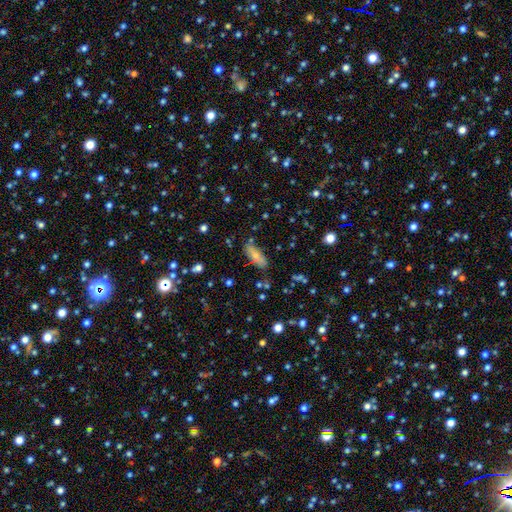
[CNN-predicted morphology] This appears to be a smooth galaxy with no disk features (68%) that is in between round and cigar-shaped (66%). Merging: none (71%).